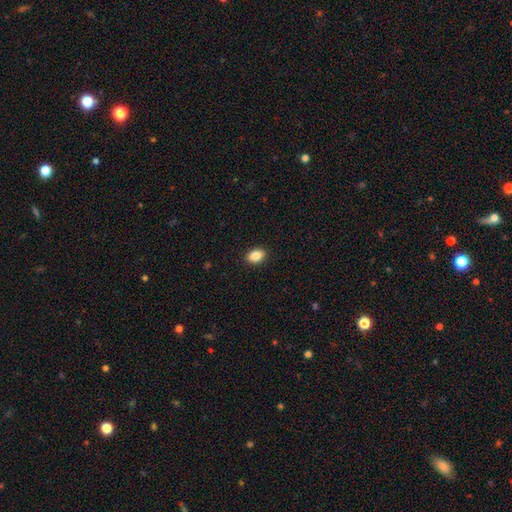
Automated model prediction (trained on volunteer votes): smooth_or_featured: smooth (p=0.86) [alt: star or artifact p=0.08]
how_rounded: in between (p=0.80) [alt: round p=0.19]
merging: none (p=0.91) [alt: minor disturbance p=0.07]